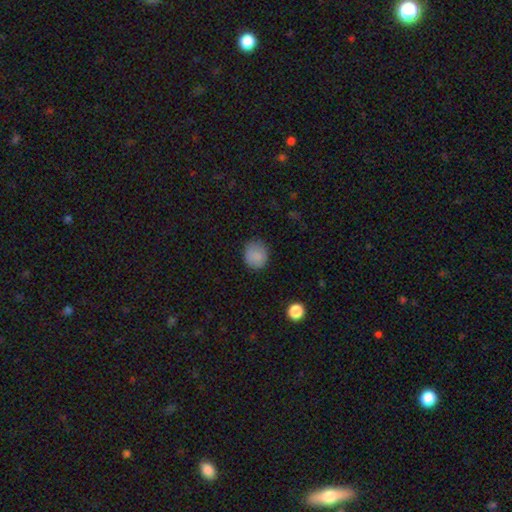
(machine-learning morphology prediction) Smooth or featured?
  - smooth: 85% *
  - star or artifact: 9%
  - featured or disk: 5%
How rounded?
  - round: 81% *
  - in between: 18%
  - cigar-shaped: 1%
Merging?
  - none: 79% *
  - minor disturbance: 16%
  - major disturbance: 4%
  - merger: 1%